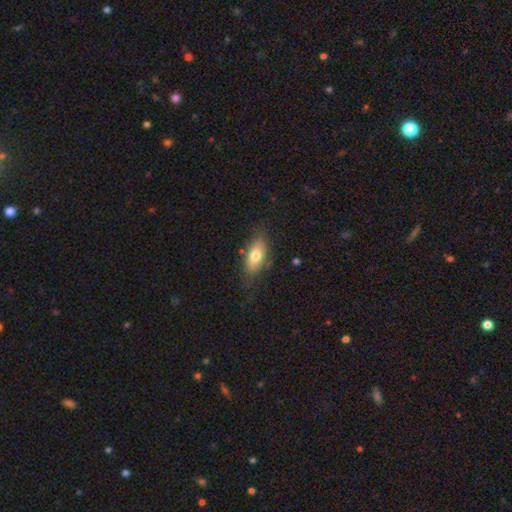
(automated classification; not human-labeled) Smooth or featured: smooth — 73% (featured or disk — 20%)
How rounded: in between — 83% (cigar-shaped — 12%)
Merging: none — 76% (minor disturbance — 17%)